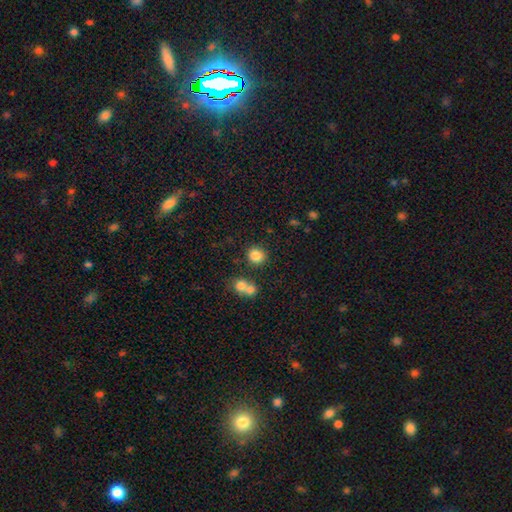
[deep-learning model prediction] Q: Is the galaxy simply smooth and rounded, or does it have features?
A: smooth — 83%.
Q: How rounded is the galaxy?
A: round — 86%.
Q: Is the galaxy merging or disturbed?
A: none — 77%.